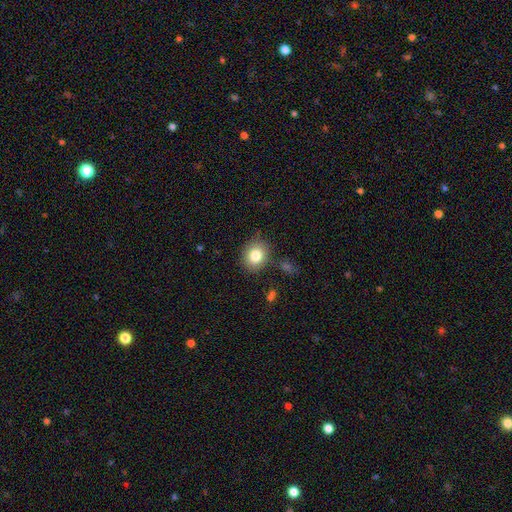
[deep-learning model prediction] Morphology: type=smooth (81%); roundness=round (66%); merging=none (82%).